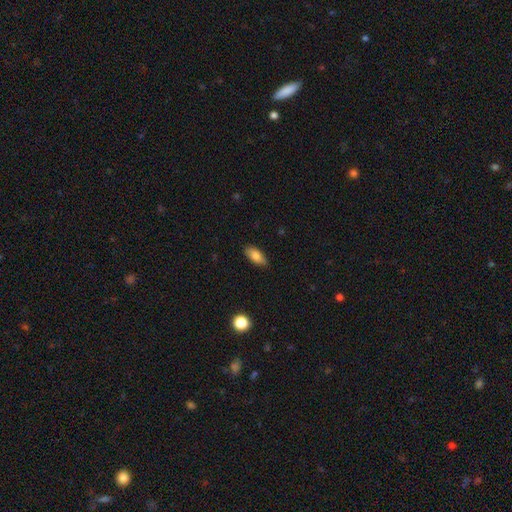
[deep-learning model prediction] smooth_or_featured: smooth (p=0.82) [alt: featured or disk p=0.11]
how_rounded: in between (p=0.85) [alt: cigar-shaped p=0.12]
merging: none (p=0.86) [alt: minor disturbance p=0.11]